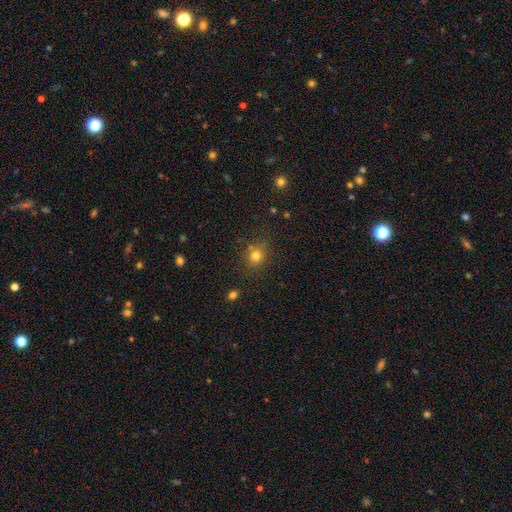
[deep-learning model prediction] smooth_or_featured: smooth (p=0.77) [alt: star or artifact p=0.16]
how_rounded: round (p=0.79) [alt: in between p=0.20]
merging: none (p=0.76) [alt: minor disturbance p=0.13]